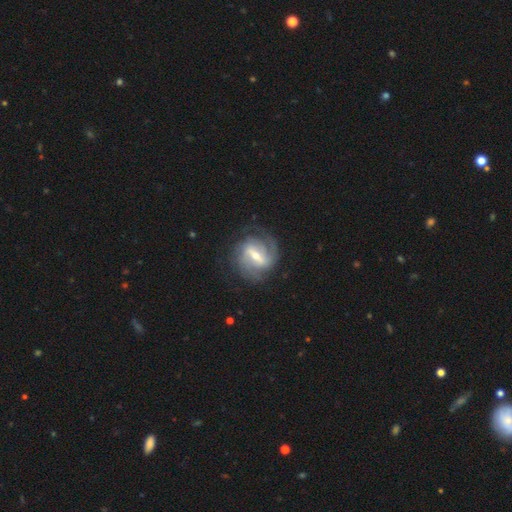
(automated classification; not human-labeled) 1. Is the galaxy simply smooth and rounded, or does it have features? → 85% featured or disk, 9% smooth, 5% star or artifact.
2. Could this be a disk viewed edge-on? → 96% no, 4% yes.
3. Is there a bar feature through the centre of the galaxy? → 56% strong, 35% weak, 9% no.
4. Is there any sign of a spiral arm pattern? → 94% yes, 6% no.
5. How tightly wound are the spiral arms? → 42% tight (tied), 42% medium (tied), 16% loose.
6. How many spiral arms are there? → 52% 2, 18% can't tell, 16% 3, 5% 4, 5% 1, 3% more than 4.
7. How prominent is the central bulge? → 49% moderate, 45% small, 4% large, 1% none, 1% dominant.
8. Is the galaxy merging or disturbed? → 74% none, 15% minor disturbance, 10% major disturbance, 1% merger.